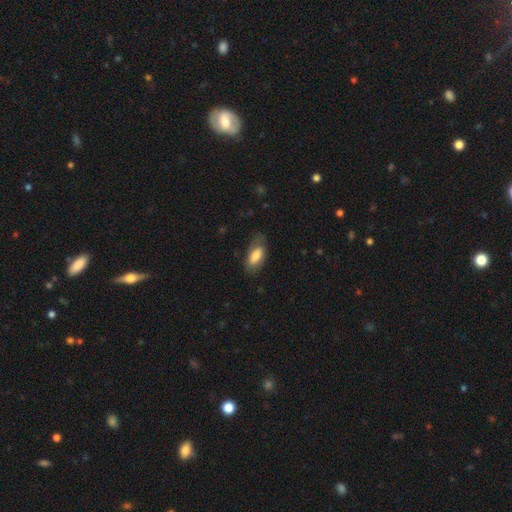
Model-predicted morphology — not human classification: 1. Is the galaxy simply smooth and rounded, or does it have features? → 71% smooth, 23% featured or disk, 6% star or artifact.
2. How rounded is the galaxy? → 87% in between, 11% cigar-shaped, 3% round.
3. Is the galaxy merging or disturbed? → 66% none, 23% minor disturbance, 9% major disturbance, 1% merger.